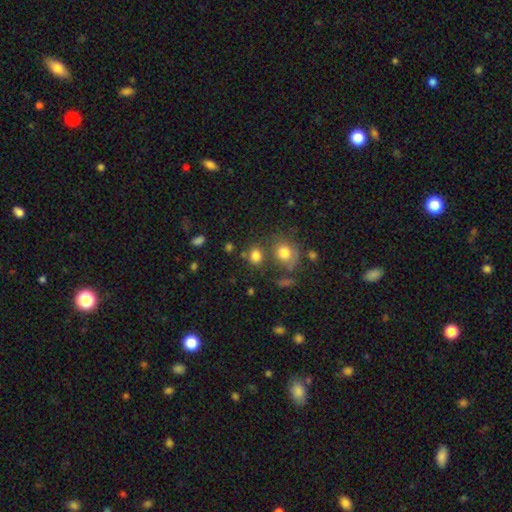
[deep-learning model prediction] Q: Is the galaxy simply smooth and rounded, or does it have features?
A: smooth — 80%.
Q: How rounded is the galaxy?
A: round — 69%.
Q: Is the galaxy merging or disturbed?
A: none — 63%.